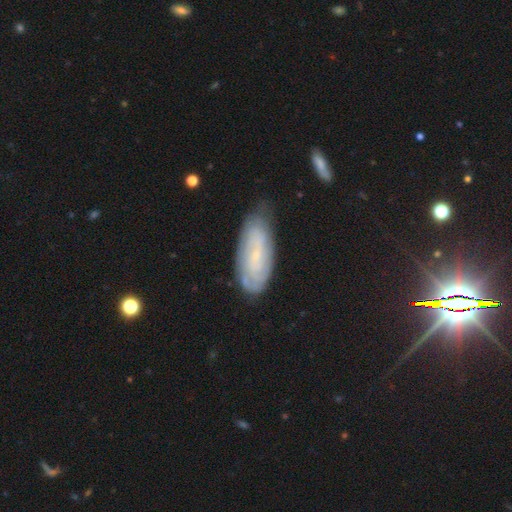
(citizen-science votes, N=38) A featured or disk galaxy (63%) with no bar (62%), tight (75%) spiral arms (95%) and a small central bulge (81%). Merging: minor disturbance (46%).